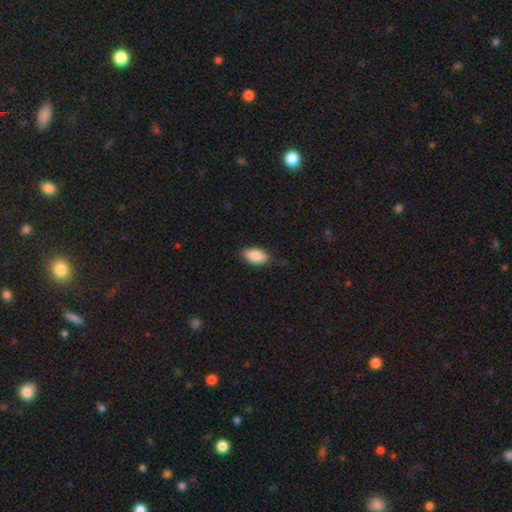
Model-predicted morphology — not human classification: smooth-or-featured: smooth: 89% | star or artifact: 6% | featured or disk: 5%
  how-rounded: in between: 93% | cigar-shaped: 4% | round: 3%
  merging: none: 83% | minor disturbance: 14% | major disturbance: 3% | merger: 1%